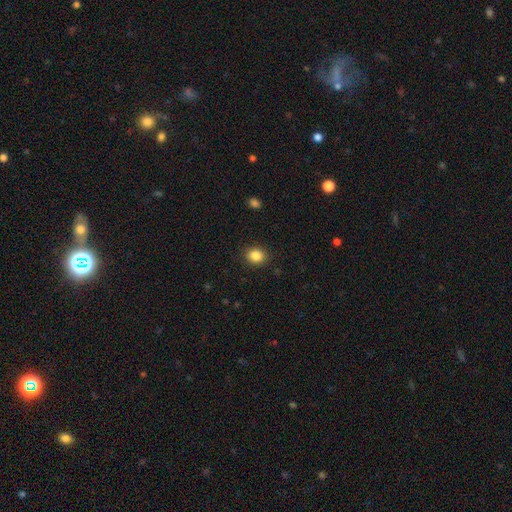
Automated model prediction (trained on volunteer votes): Smooth or featured? Predicted: smooth (p=0.85). How rounded? Predicted: round (p=0.62). Merging? Predicted: none (p=0.90).